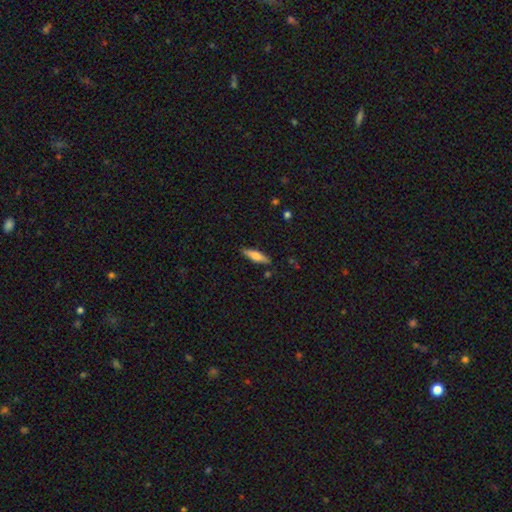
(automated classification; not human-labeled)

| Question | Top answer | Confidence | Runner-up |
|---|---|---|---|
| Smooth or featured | smooth | 65% | featured or disk (29%) |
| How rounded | cigar-shaped | 64% | in between (34%) |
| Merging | none | 87% | minor disturbance (9%) |